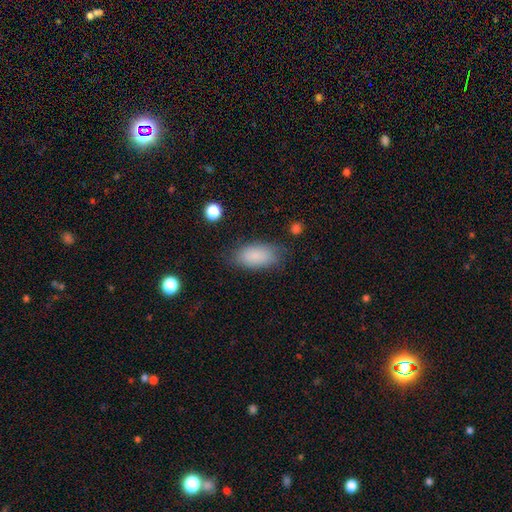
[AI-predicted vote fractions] The model was most divided on "merging": none: 76%, minor disturbance: 17%, major disturbance: 5%, merger: 2%. More confident: how rounded — in between (92%); smooth or featured — smooth (86%).